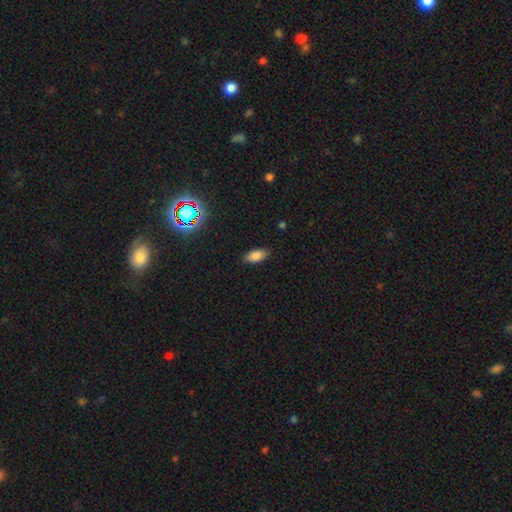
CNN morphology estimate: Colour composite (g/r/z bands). It shows a smooth galaxy with no disk features (82%) that is in between round and cigar-shaped (84%). Merging: none (87%).